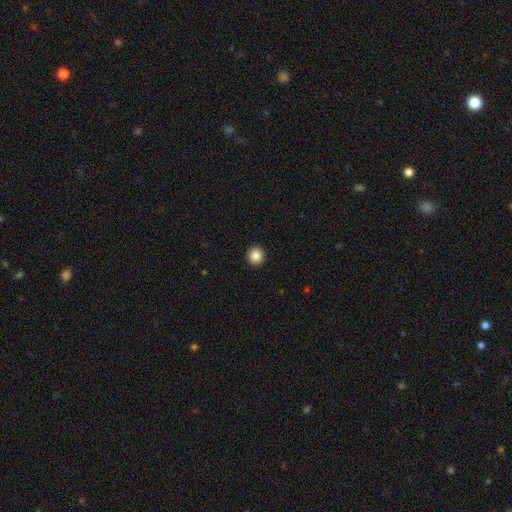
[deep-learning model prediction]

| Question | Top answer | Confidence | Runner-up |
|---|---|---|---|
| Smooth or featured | smooth | 87% | star or artifact (10%) |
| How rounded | round | 93% | in between (6%) |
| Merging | none | 94% | minor disturbance (4%) |